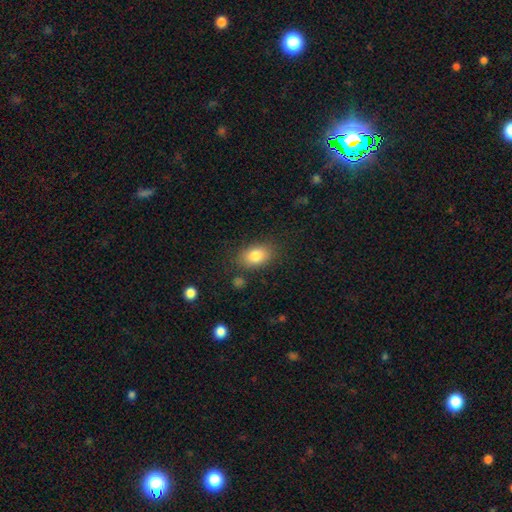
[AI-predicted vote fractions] smooth-or-featured: smooth: 82% | featured or disk: 9% | star or artifact: 8%
  how-rounded: in between: 84% | round: 15% | cigar-shaped: 2%
  merging: none: 81% | minor disturbance: 12% | major disturbance: 4% | merger: 3%